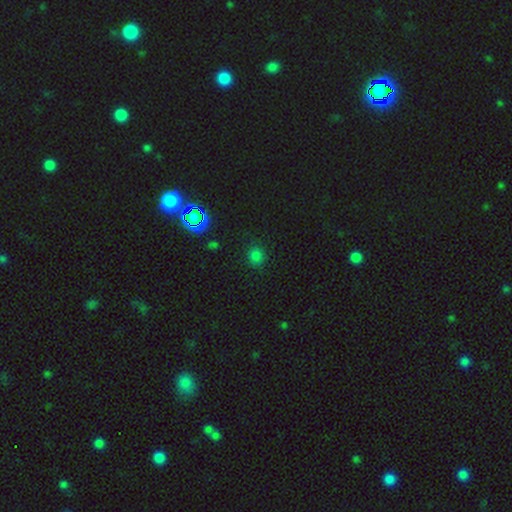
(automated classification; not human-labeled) smooth_or_featured: smooth (p=0.74) [alt: star or artifact p=0.22]
how_rounded: round (p=0.84) [alt: in between p=0.15]
merging: none (p=0.85) [alt: minor disturbance p=0.10]